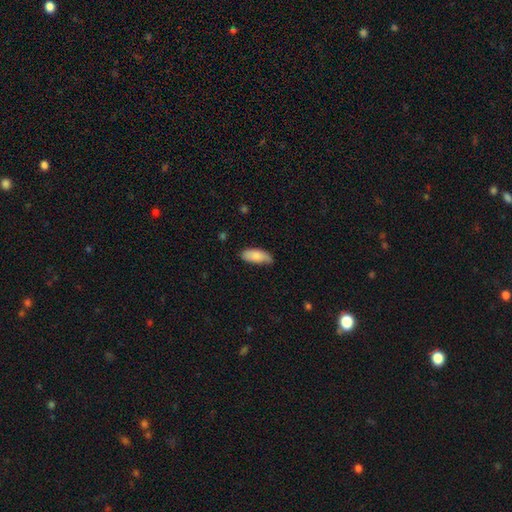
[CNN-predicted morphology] type=smooth (86%); roundness=in between (83%); merging=none (65%).